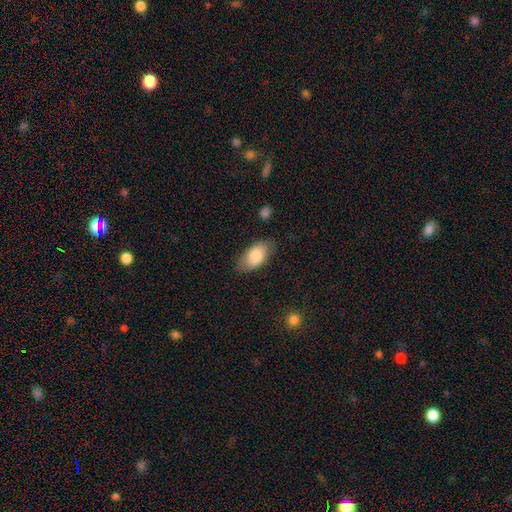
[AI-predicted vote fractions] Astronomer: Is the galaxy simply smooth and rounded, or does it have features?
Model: smooth — 82%.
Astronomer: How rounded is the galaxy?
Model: in between — 93%.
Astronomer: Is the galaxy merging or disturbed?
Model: none — 79%.